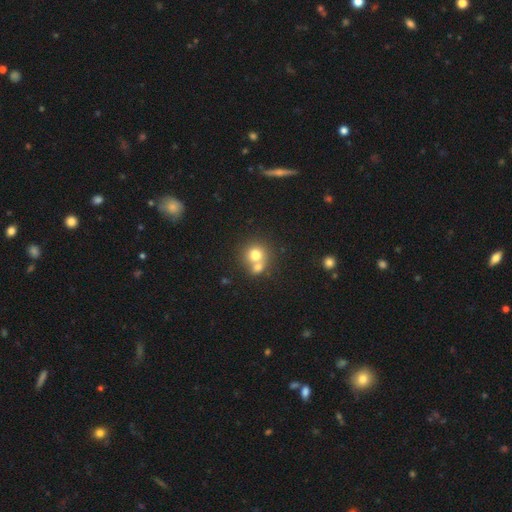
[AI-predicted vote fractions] Q: Smooth or featured?
A: smooth (74%); runner-up: featured or disk (15%)
Q: How rounded?
A: round (82%); runner-up: in between (17%)
Q: Merging?
A: merger (53%); runner-up: none (37%)